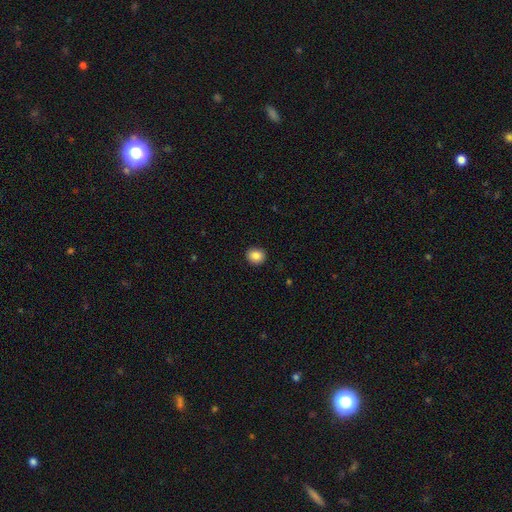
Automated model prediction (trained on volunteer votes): Overall: smooth (87%). How rounded: round (74%). Merging: none (92%).